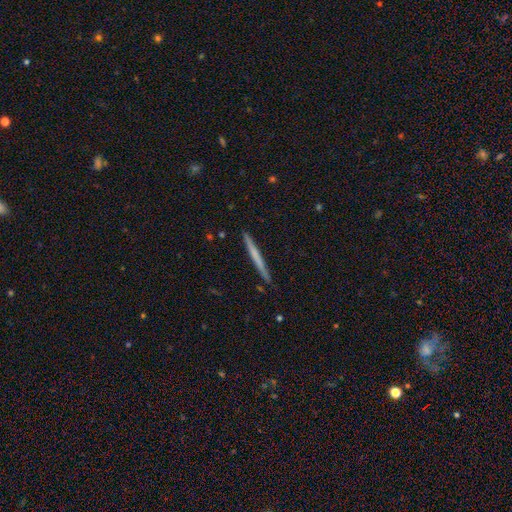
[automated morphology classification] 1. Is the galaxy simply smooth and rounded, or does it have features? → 51% smooth, 44% featured or disk, 5% star or artifact.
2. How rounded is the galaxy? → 97% cigar-shaped, 2% in between, 1% round.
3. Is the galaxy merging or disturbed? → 91% none, 7% minor disturbance, 1% major disturbance, 1% merger.